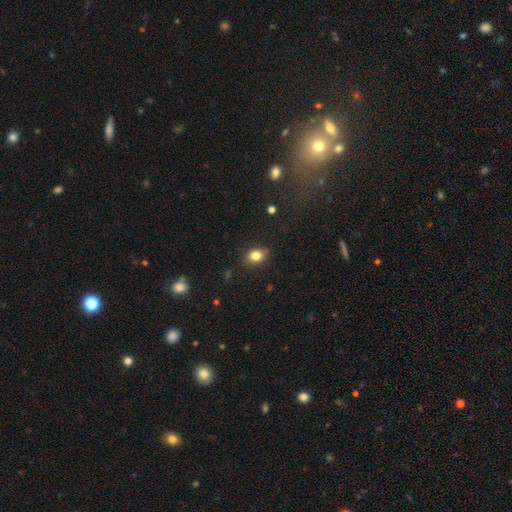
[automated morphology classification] A smooth galaxy with no disk features (81%) that is in between round and cigar-shaped (56%). Merging: none (84%).